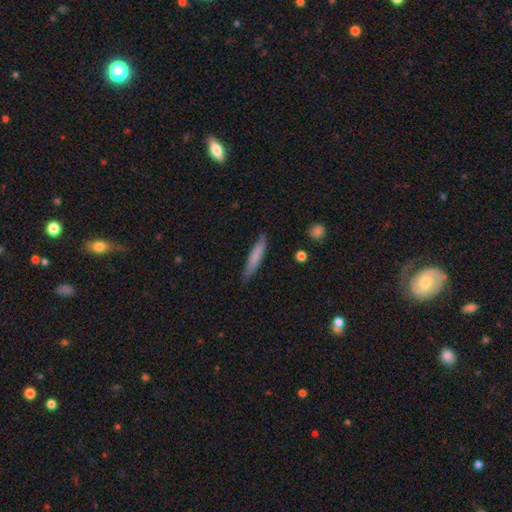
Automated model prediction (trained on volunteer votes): smooth-or-featured: smooth: 75% | featured or disk: 19% | star or artifact: 6%
  how-rounded: cigar-shaped: 90% | in between: 9% | round: 1%
  merging: none: 84% | minor disturbance: 12% | major disturbance: 2% | merger: 1%